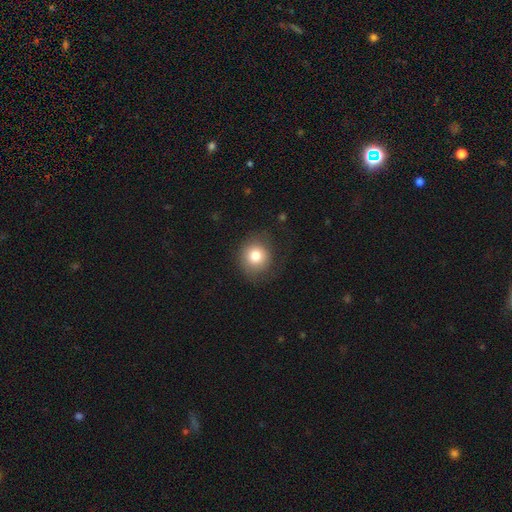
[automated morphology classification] type=smooth (81%); roundness=round (87%); merging=none (74%).